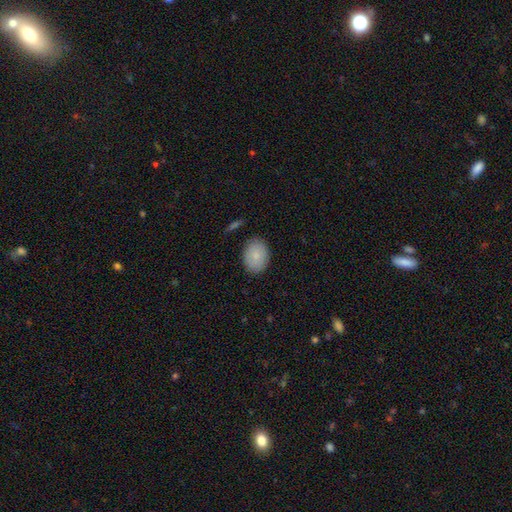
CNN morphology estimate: This is clearly a smooth galaxy (85%). How rounded: likely in between (71%). Merging: clearly none (86%).